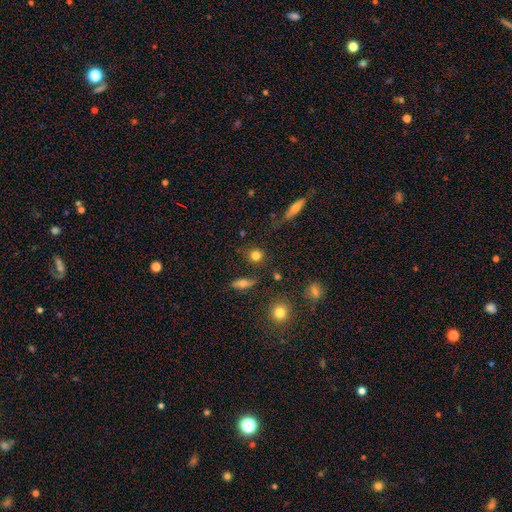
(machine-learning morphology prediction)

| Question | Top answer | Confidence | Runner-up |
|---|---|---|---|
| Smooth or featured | smooth | 80% | star or artifact (12%) |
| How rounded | round | 85% | in between (13%) |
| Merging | none | 76% | minor disturbance (13%) |